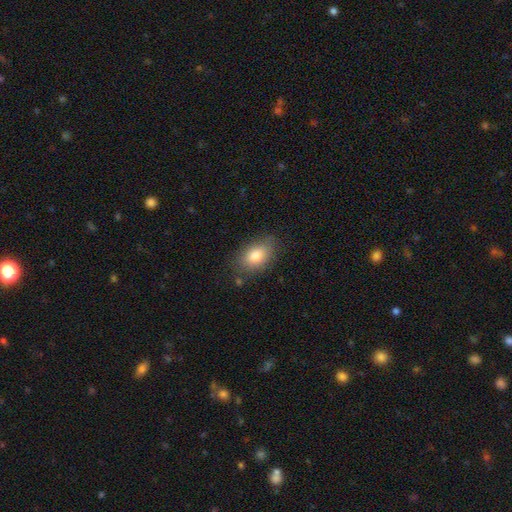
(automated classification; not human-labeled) Overall: smooth (82%). How rounded: in between (87%). Merging: none (79%).